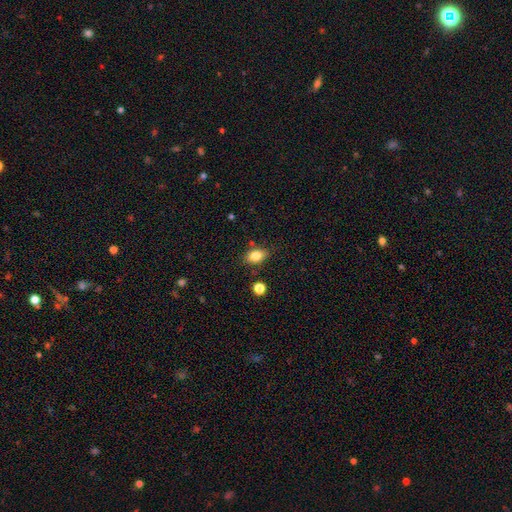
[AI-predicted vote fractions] smooth-or-featured: smooth: 83% | star or artifact: 10% | featured or disk: 7%
  how-rounded: in between: 77% | round: 22% | cigar-shaped: 2%
  merging: none: 78% | minor disturbance: 15% | merger: 4% | major disturbance: 3%